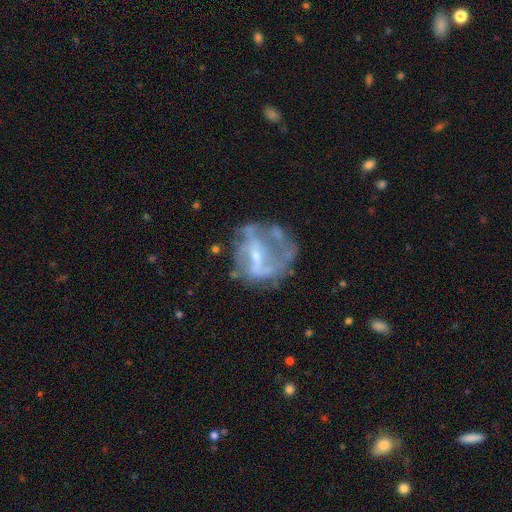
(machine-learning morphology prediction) Smooth or featured? Predicted: featured or disk (p=0.71). Edge-on disk? Predicted: no (p=0.97). Bar? Predicted: weak (p=0.43). Spiral arms? Predicted: yes (p=0.54). Bulge size? Predicted: small (p=0.56). Merging? Predicted: none (p=0.46).